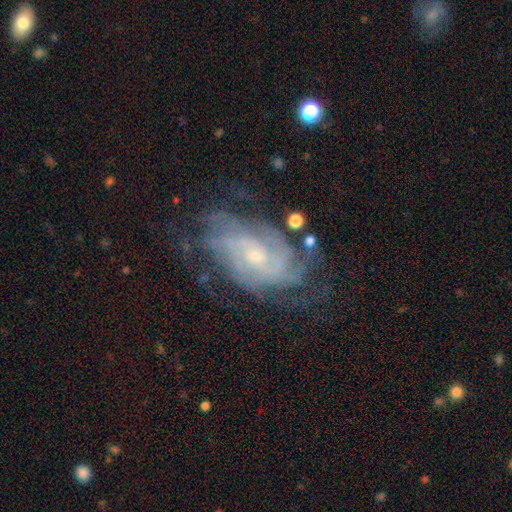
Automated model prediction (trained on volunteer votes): A featured or disk galaxy (85%) with no bar (61%), tight (65%) spiral arms (95%) and a small central bulge (66%).

Vote fractions:
- Smooth or featured? featured or disk: 85% / smooth: 8% / star or artifact: 7%
- Edge-on disk? no: 96% / yes: 4%
- Bar? no: 61% / weak: 32% / strong: 7%
- Spiral arms? yes: 95% / no: 5%
- Spiral winding? tight: 65% / medium: 28% / loose: 7%
- Spiral arm count? can't tell: 40% / 4: 17% / 3: 15% / 2: 14% / more than 4: 8% / 1: 6%
- Bulge size? small: 66% / moderate: 29% / none: 3% / large: 2% / dominant: 1%
- Merging? none: 67% / minor disturbance: 20% / major disturbance: 11% / merger: 2%